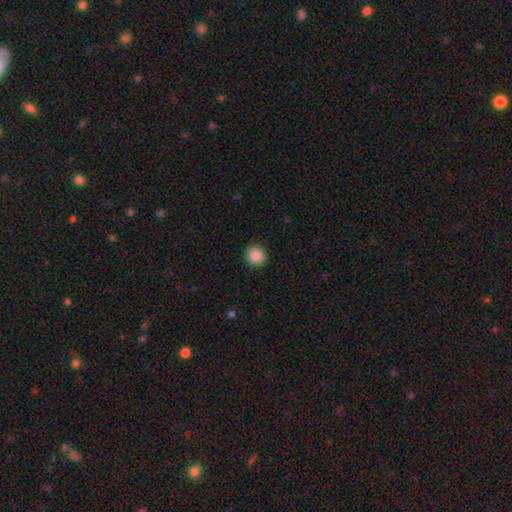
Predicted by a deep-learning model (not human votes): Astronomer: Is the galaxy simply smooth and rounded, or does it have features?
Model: smooth — 88%.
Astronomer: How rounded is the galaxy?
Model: round — 90%.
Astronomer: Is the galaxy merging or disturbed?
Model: none — 90%.